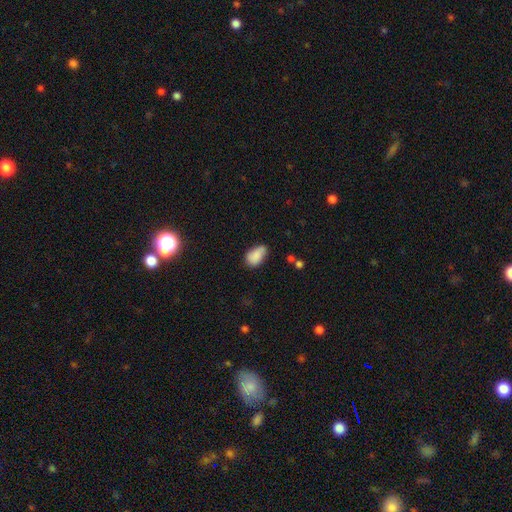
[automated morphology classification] A smooth galaxy with no disk features (83%) that is in between round and cigar-shaped (90%).

Vote fractions:
- Smooth or featured? smooth: 83% / featured or disk: 9% / star or artifact: 8%
- How rounded? in between: 90% / round: 9% / cigar-shaped: 2%
- Merging? none: 56% / minor disturbance: 33% / major disturbance: 8% / merger: 4%